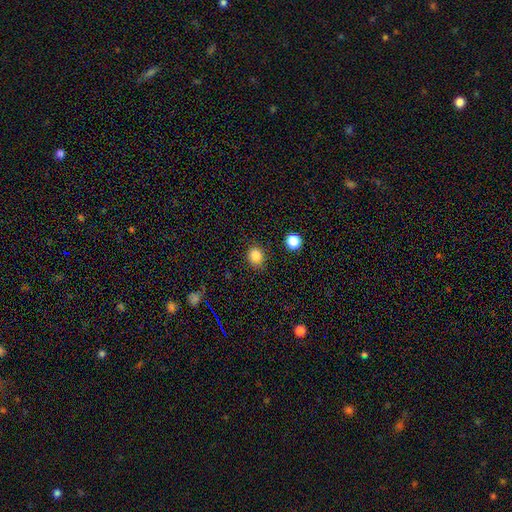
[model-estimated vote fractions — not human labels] This is clearly a smooth galaxy (84%). How rounded: likely round (69%). Merging: clearly none (84%).